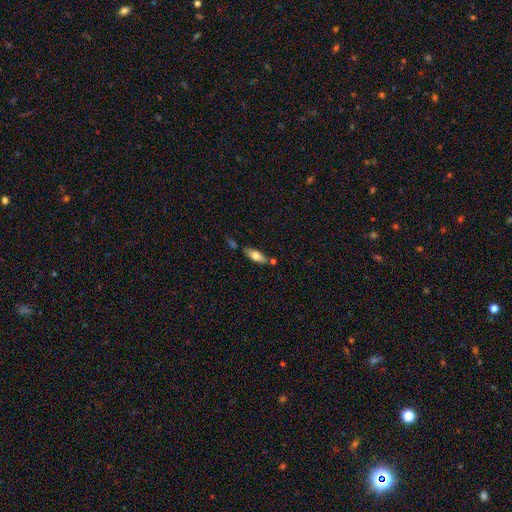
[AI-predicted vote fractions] smooth_or_featured: smooth (p=0.65) [alt: featured or disk p=0.28]
how_rounded: in between (p=0.69) [alt: cigar-shaped p=0.29]
merging: none (p=0.66) [alt: minor disturbance p=0.17]